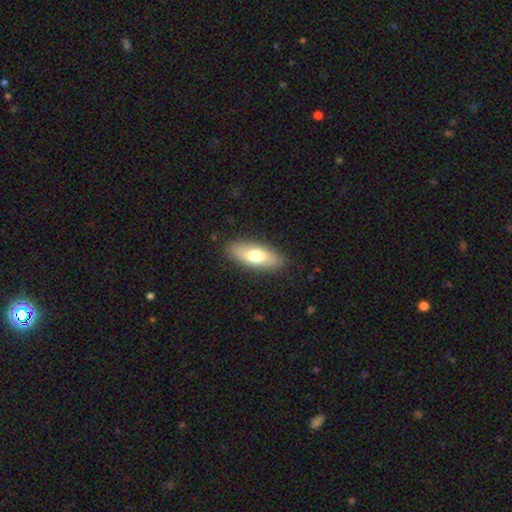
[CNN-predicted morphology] Smooth or featured?
  - smooth: 70% *
  - featured or disk: 24%
  - star or artifact: 6%
How rounded?
  - in between: 75% *
  - cigar-shaped: 22%
  - round: 3%
Merging?
  - none: 87% *
  - minor disturbance: 10%
  - major disturbance: 2%
  - merger: 1%